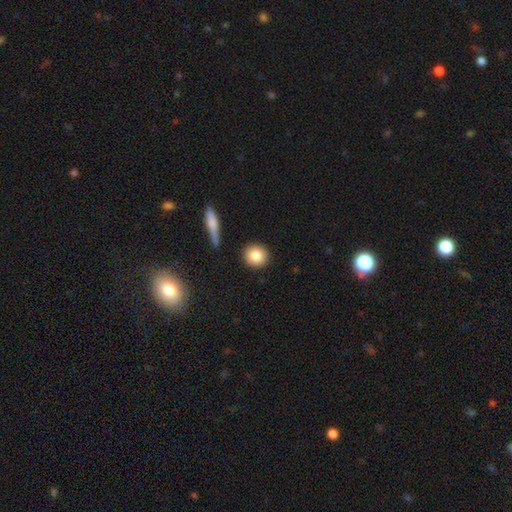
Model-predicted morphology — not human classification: smooth-or-featured: smooth: 83% | featured or disk: 9% | star or artifact: 8%
  how-rounded: round: 86% | in between: 12% | cigar-shaped: 2%
  merging: none: 89% | minor disturbance: 7% | merger: 3% | major disturbance: 2%